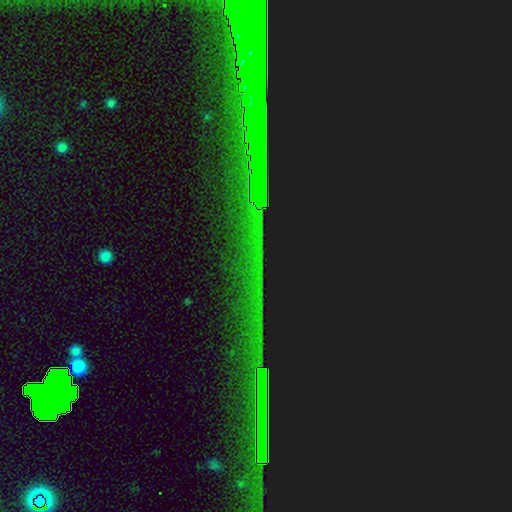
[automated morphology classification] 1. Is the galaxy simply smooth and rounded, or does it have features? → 80% star or artifact, 12% featured or disk, 9% smooth.